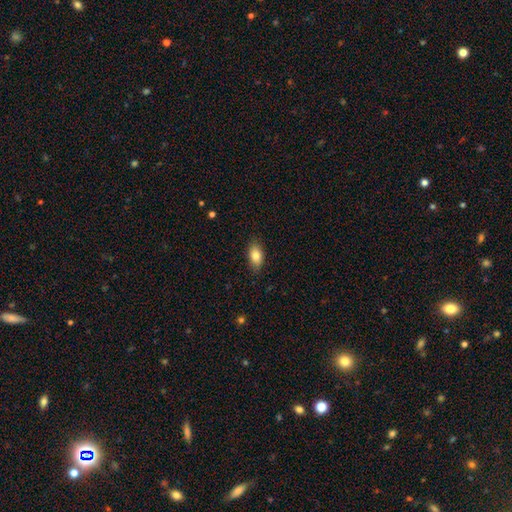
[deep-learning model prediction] smooth_or_featured: smooth (p=0.83) [alt: featured or disk p=0.10]
how_rounded: in between (p=0.90) [alt: round p=0.06]
merging: none (p=0.85) [alt: minor disturbance p=0.11]